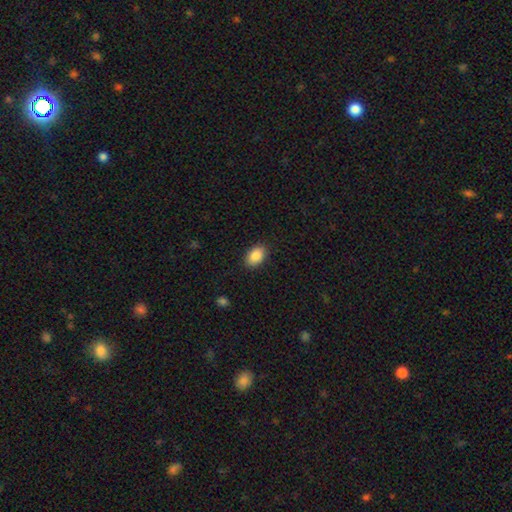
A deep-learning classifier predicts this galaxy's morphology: smooth-or-featured: smooth: 88% | star or artifact: 7% | featured or disk: 5%
  how-rounded: in between: 88% | round: 11% | cigar-shaped: 1%
  merging: none: 88% | minor disturbance: 9% | major disturbance: 2% | merger: 1%